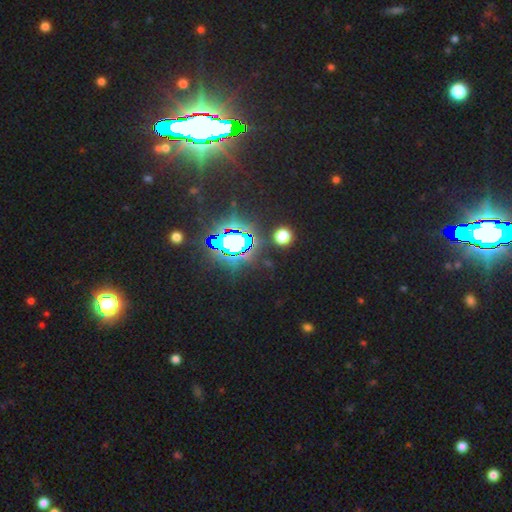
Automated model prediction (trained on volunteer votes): smooth_or_featured: star or artifact (p=0.85) [alt: smooth p=0.08]